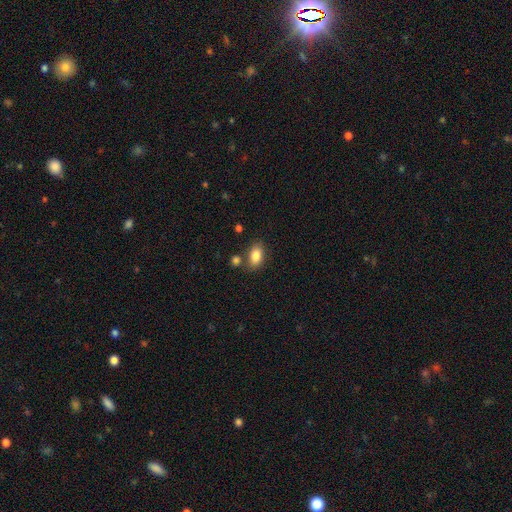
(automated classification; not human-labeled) The model was most divided on "merging": none: 73%, minor disturbance: 12%, merger: 12%, major disturbance: 3%. More confident: how rounded — in between (88%); smooth or featured — smooth (84%).